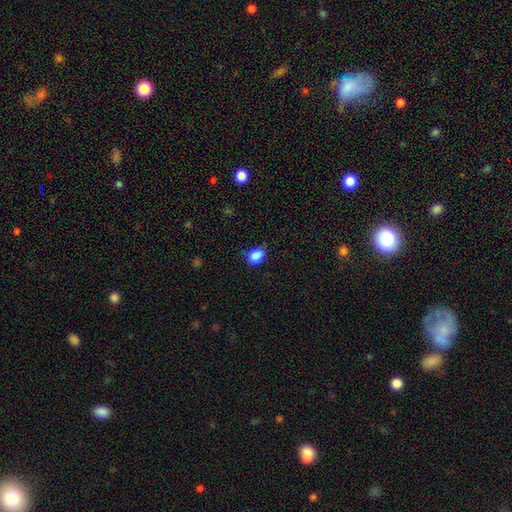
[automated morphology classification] Q: Smooth or featured?
A: smooth (87%); runner-up: star or artifact (9%)
Q: How rounded?
A: in between (74%); runner-up: round (25%)
Q: Merging?
A: none (67%); runner-up: minor disturbance (26%)